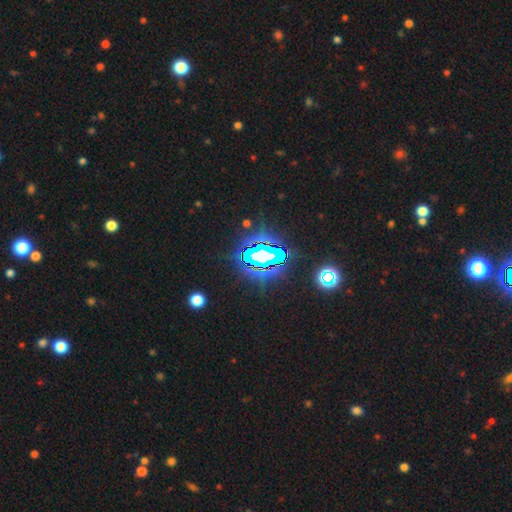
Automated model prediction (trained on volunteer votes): This appears to be a star or artifact, not a galaxy (81%).